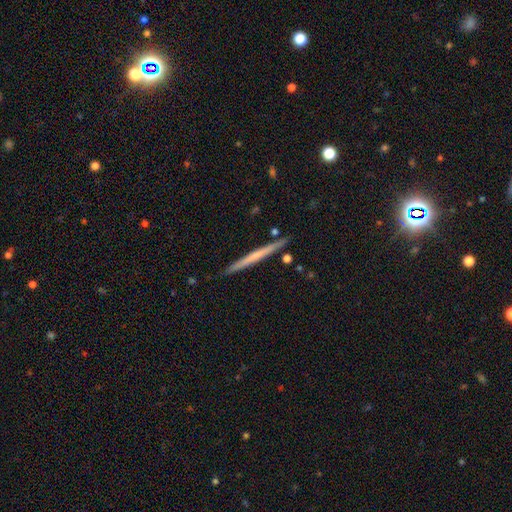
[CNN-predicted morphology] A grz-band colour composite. It shows a featured or disk galaxy (50%) viewed edge-on (97%). Merging: none (90%).